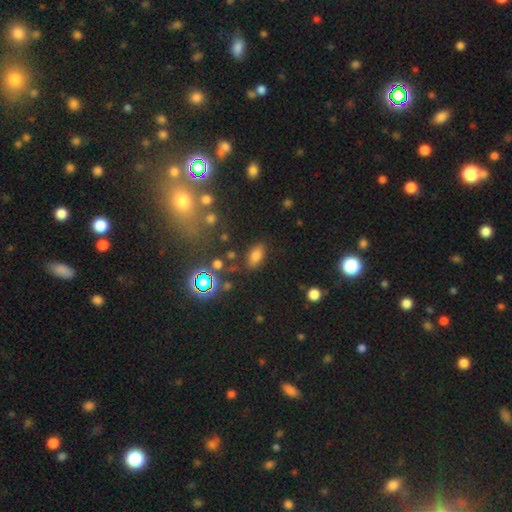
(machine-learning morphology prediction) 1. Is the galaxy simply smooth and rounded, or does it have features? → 73% smooth, 18% star or artifact, 9% featured or disk.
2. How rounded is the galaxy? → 90% in between, 6% round, 4% cigar-shaped.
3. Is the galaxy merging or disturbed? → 79% none, 13% minor disturbance, 4% major disturbance, 3% merger.